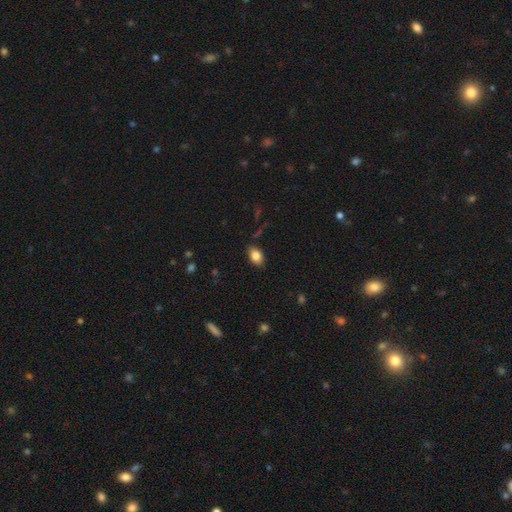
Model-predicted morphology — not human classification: Smooth or featured? smooth (83%)
How rounded? in between (85%)
Merging? none (85%)